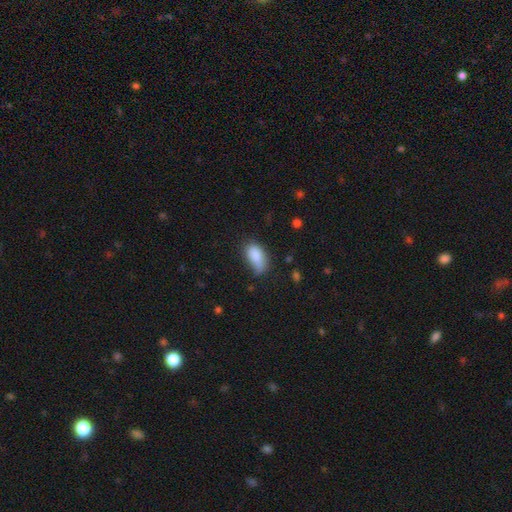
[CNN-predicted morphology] smooth-or-featured: smooth: 85% | star or artifact: 7% | featured or disk: 7%
  how-rounded: in between: 91% | cigar-shaped: 5% | round: 4%
  merging: none: 45% | minor disturbance: 38% | major disturbance: 13% | merger: 3%